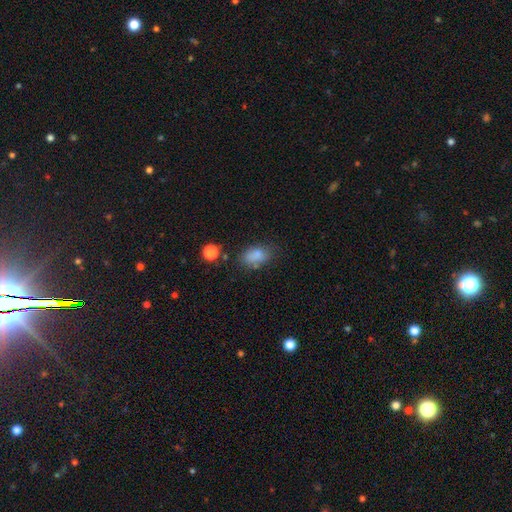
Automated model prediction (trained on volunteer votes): Morphology: type=smooth (80%); roundness=in between (85%); merging=none (62%).